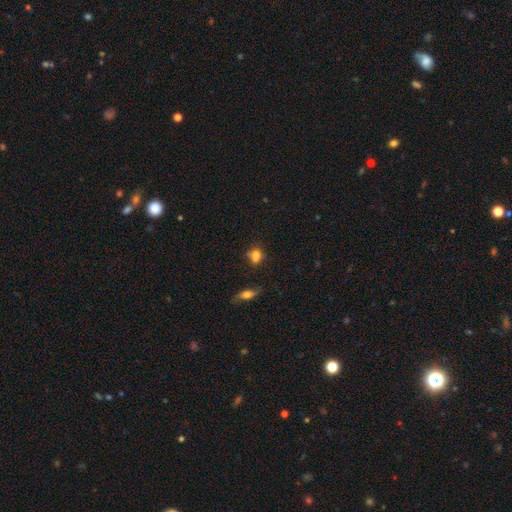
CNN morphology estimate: This appears to be a smooth galaxy with no disk features (73%) that is round (53%). Merging: none (47%).